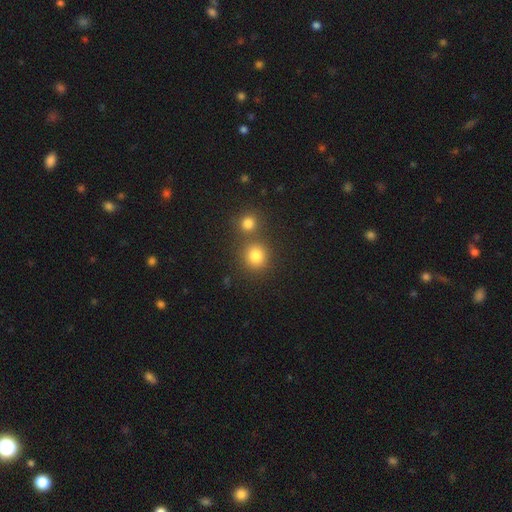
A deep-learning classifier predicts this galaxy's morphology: This is clearly a smooth galaxy (82%). How rounded: clearly round (89%). Merging: likely none (68%).